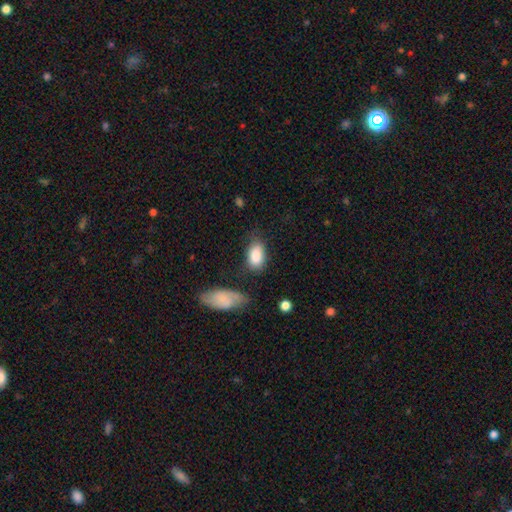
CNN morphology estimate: This is clearly a smooth galaxy (84%). How rounded: clearly in between (91%). Merging: likely none (61%).